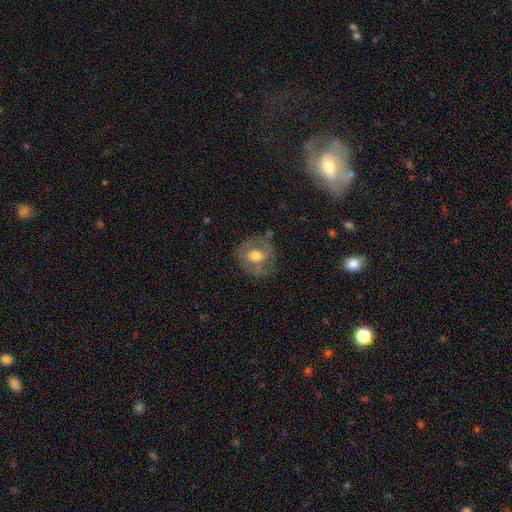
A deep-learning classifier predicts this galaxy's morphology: This is possibly a featured or disk galaxy (53%). It is clearly not viewed edge-on (95%). Bar: possibly no (59%). Spiral arm pattern: possibly no (57%). Central bulge: likely moderate (71%). Merging: likely none (73%).